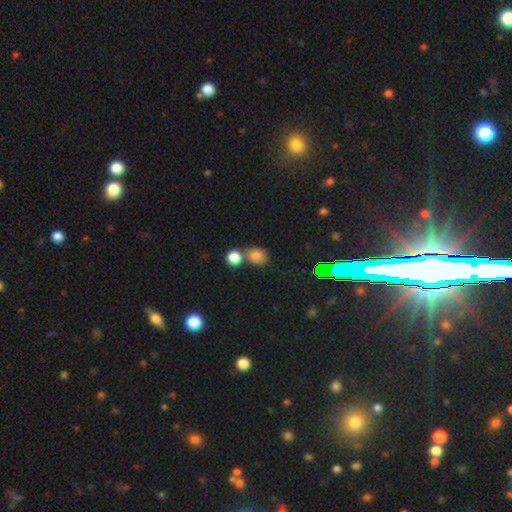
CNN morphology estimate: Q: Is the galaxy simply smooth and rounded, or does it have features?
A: smooth — 75%.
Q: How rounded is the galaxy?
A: round — 53%.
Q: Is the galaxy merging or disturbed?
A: none — 51%.